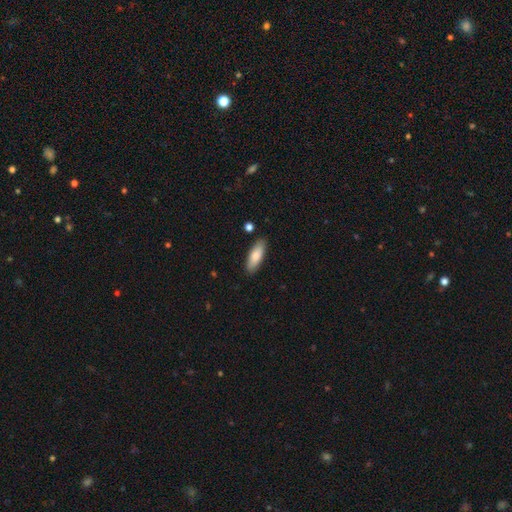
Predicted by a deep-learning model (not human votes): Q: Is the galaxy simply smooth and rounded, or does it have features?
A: smooth — 83%.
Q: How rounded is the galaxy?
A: in between — 61%.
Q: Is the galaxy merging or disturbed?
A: none — 86%.